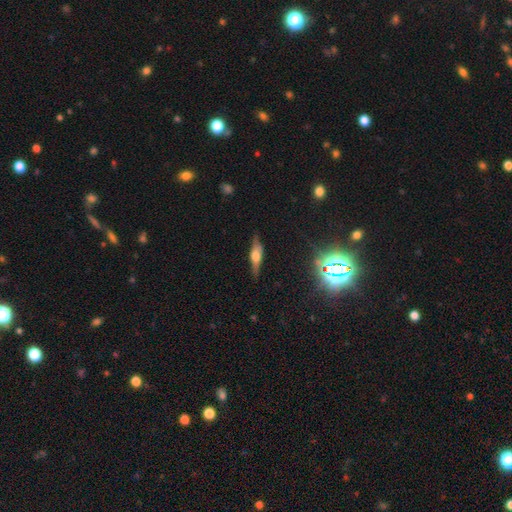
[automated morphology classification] Smooth or featured: featured or disk — 52% (smooth — 37%)
Edge-on disk: yes — 90% (no — 10%)
Merging: none — 80% (minor disturbance — 15%)